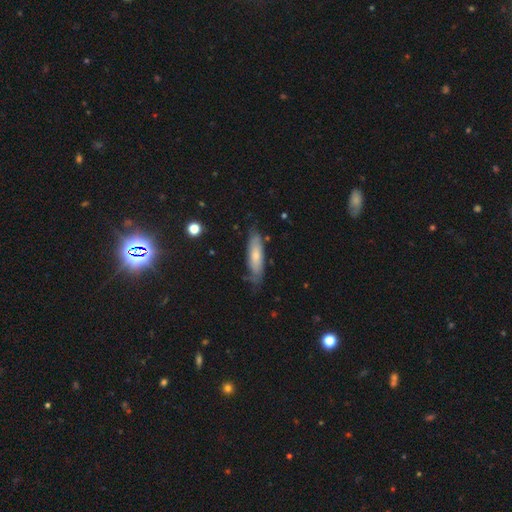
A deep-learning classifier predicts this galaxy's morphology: Overall: smooth (59%; featured or disk 35%). How rounded: cigar-shaped (61%; in between 38%). Merging: none (70%).